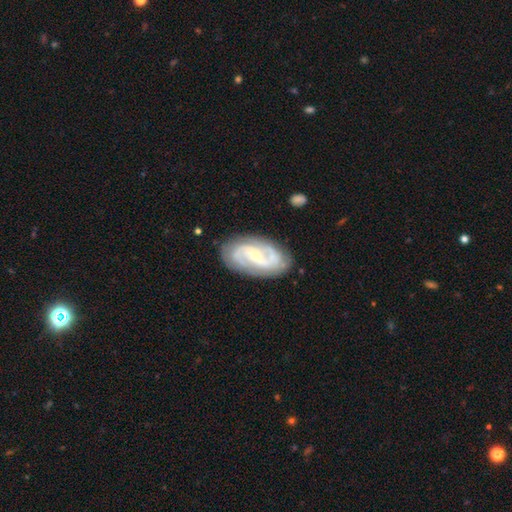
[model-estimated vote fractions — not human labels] Smooth or featured? Predicted: featured or disk (p=0.84). Edge-on disk? Predicted: no (p=0.96). Bar? Predicted: no (p=0.44). Spiral arms? Predicted: yes (p=0.95). Spiral winding? Predicted: medium (p=0.43). Spiral arm count? Predicted: 2 (p=0.64). Bulge size? Predicted: small (p=0.71). Merging? Predicted: none (p=0.81).